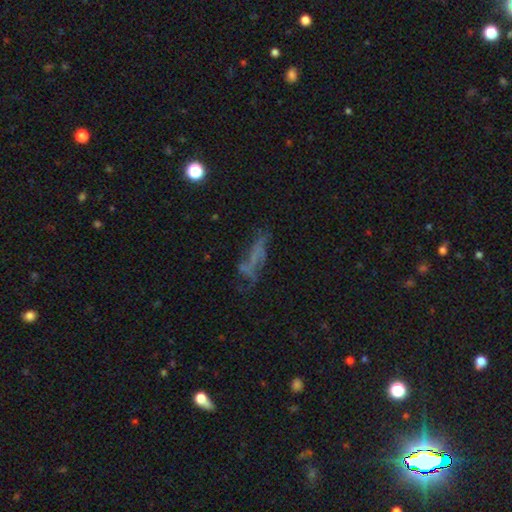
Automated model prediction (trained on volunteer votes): A featured or disk galaxy (41%). Merging: none (44%).